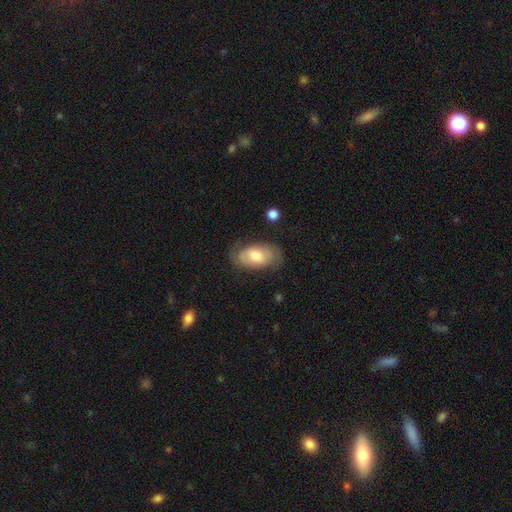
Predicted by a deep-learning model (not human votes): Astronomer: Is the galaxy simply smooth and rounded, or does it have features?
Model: smooth — 51% (runner-up: featured or disk, 42%).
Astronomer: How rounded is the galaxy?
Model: in between — 92%.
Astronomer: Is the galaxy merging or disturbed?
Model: none — 71%.